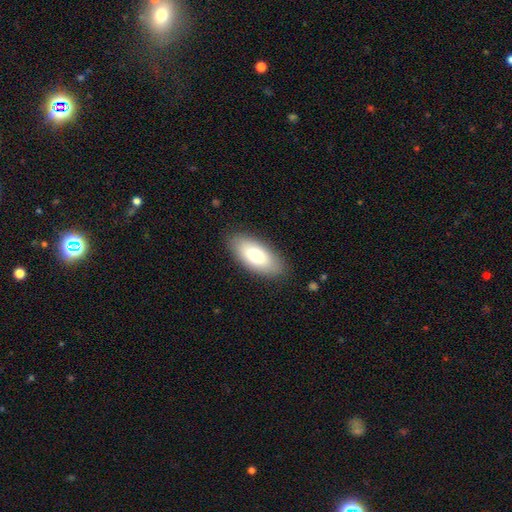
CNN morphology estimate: The model was most divided on "smooth or featured": smooth: 76%, featured or disk: 18%, star or artifact: 7%. More confident: how rounded — in between (90%); merging — none (86%).